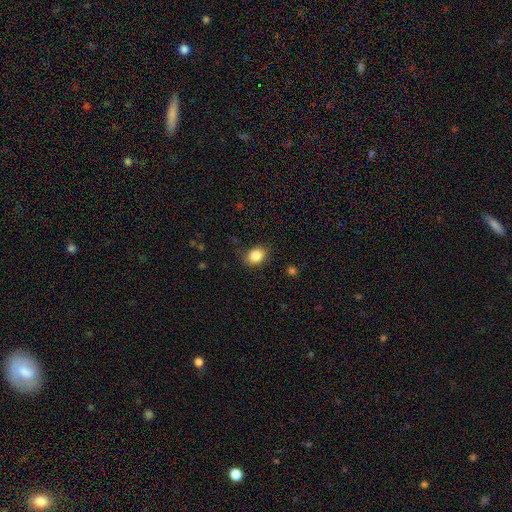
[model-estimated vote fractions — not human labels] Smooth or featured: smooth — 85% (star or artifact — 9%)
How rounded: in between — 56% (round — 43%)
Merging: none — 83% (minor disturbance — 13%)